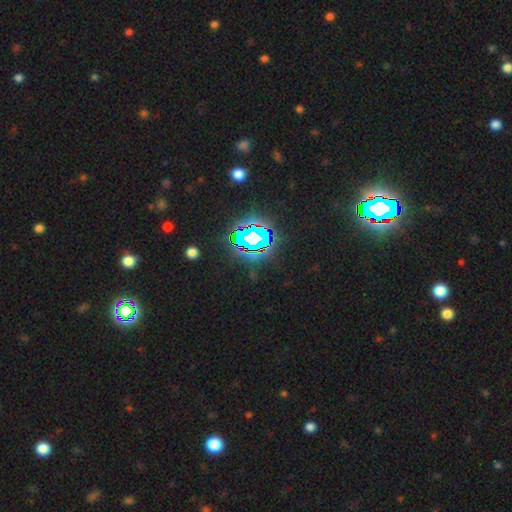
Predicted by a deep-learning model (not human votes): Smooth or featured? Predicted: star or artifact (p=0.83).